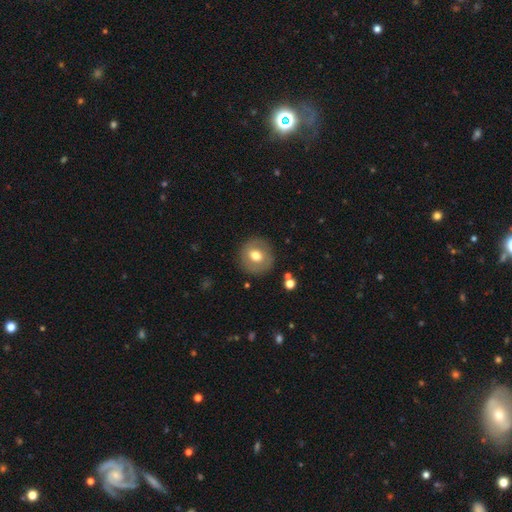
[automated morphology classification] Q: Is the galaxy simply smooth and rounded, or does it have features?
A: smooth — 67%.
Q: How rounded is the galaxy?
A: round — 89%.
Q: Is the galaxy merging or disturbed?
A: none — 87%.